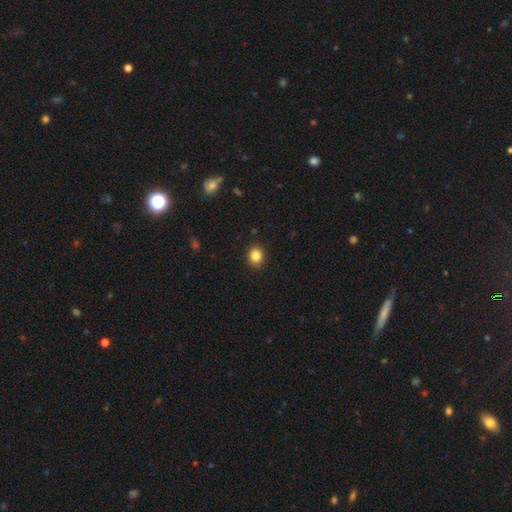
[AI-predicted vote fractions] smooth_or_featured: smooth (p=0.84) [alt: star or artifact p=0.11]
how_rounded: round (p=0.73) [alt: in between p=0.27]
merging: none (p=0.90) [alt: minor disturbance p=0.07]